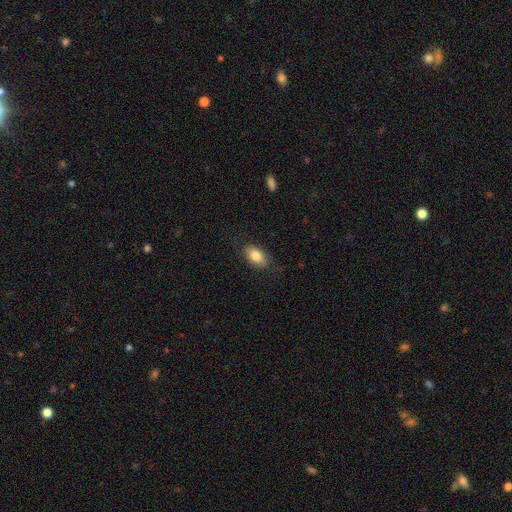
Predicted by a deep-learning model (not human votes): The model was most divided on "merging": none: 80%, minor disturbance: 15%, major disturbance: 4%, merger: 1%. More confident: how rounded — in between (90%); smooth or featured — smooth (82%).